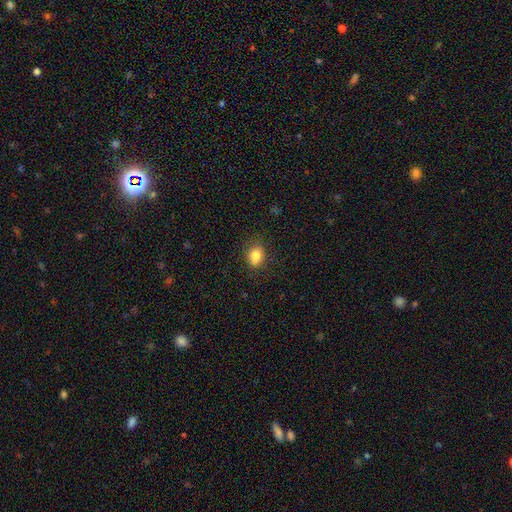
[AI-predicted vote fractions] Overall: smooth (81%). How rounded: in between (51%; round 48%). Merging: none (81%).